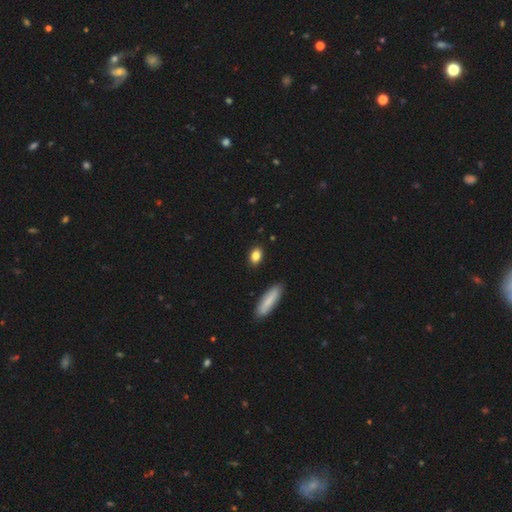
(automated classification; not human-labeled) This is clearly a smooth galaxy (85%). How rounded: likely in between (76%). Merging: clearly none (87%).